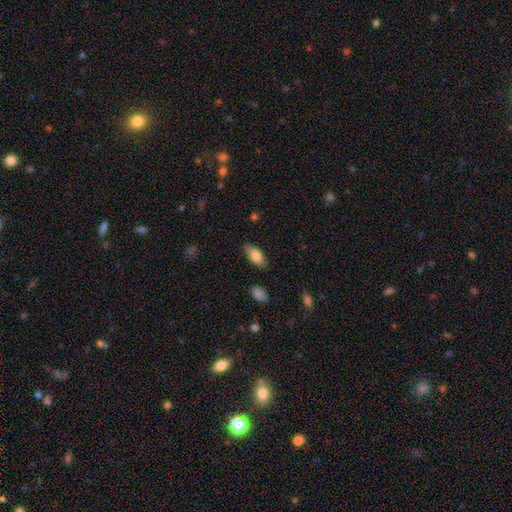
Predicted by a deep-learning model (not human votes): Overall: smooth (82%). How rounded: in between (87%). Merging: none (83%).